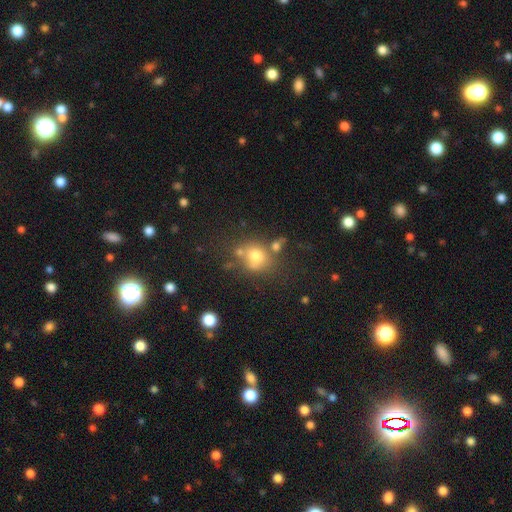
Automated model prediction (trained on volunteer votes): A smooth galaxy with no disk features (69%) that is round (74%). Merging: none (53%).